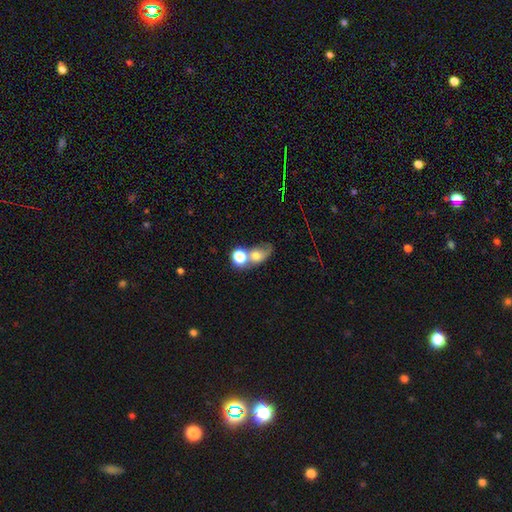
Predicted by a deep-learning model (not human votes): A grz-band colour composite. It shows a smooth galaxy with no disk features (62%) that is round (53%). Merging: merger (52%).